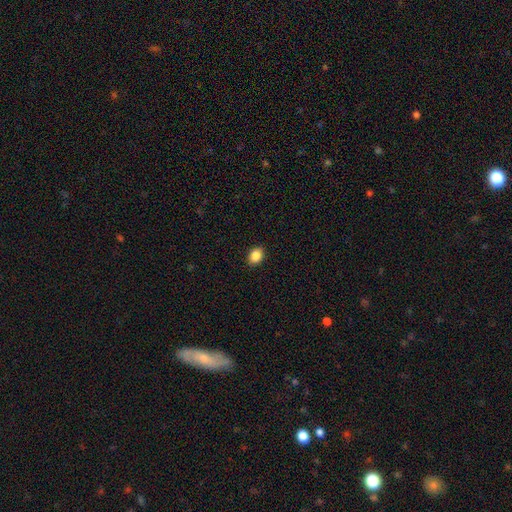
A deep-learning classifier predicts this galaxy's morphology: Q: Smooth or featured?
A: smooth (86%); runner-up: star or artifact (9%)
Q: How rounded?
A: in between (65%); runner-up: round (34%)
Q: Merging?
A: none (90%); runner-up: minor disturbance (7%)